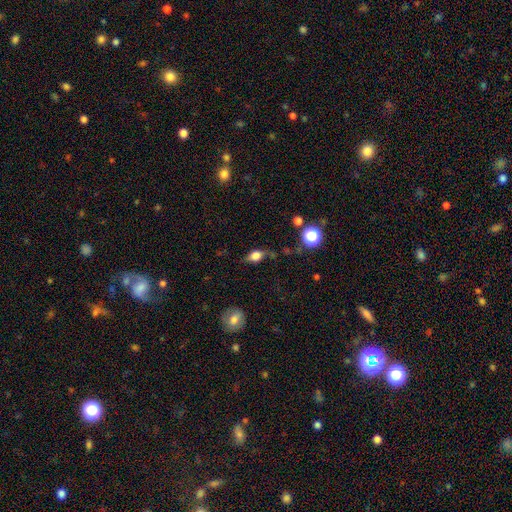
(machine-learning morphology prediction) type=smooth (66%); roundness=in between (65%); merging=none (61%).